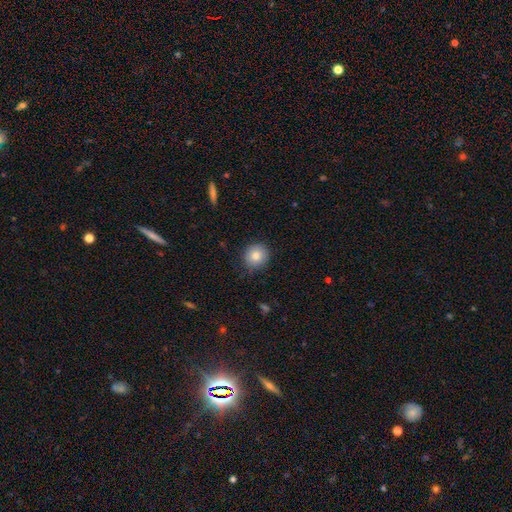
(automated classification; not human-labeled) Smooth or featured? Predicted: smooth (p=0.82). How rounded? Predicted: round (p=0.90). Merging? Predicted: none (p=0.84).